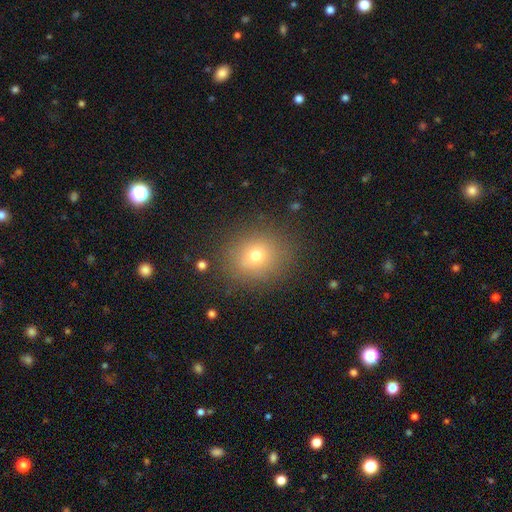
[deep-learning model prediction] Smooth or featured? smooth (72%)
How rounded? round (75%)
Merging? none (84%)